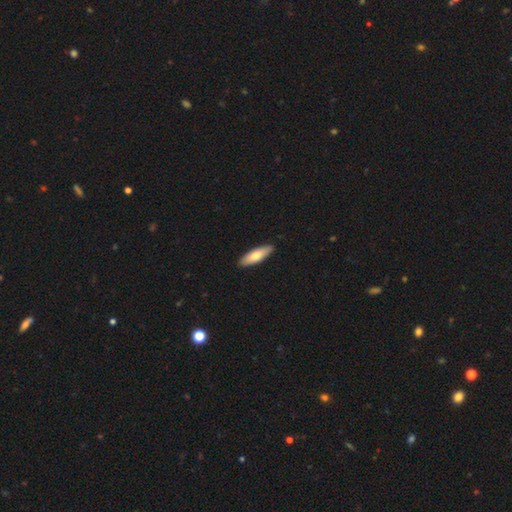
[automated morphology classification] Smooth or featured? Predicted: smooth (p=0.72). How rounded? Predicted: in between (p=0.49, tied with cigar-shaped). Merging? Predicted: none (p=0.91).